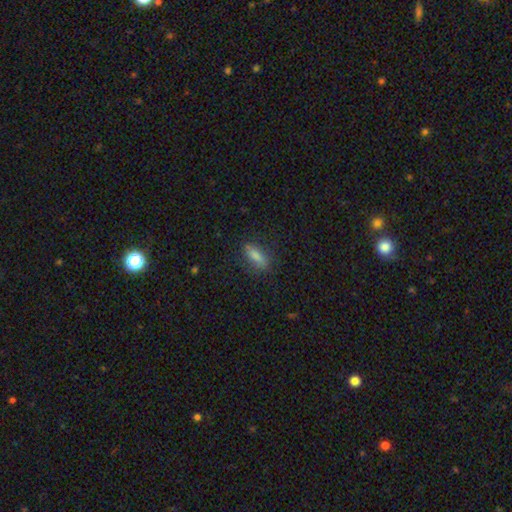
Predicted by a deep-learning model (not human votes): smooth 72%, featured or disk 17%, star or artifact 10%. Down the decision tree: how rounded — in between (59%); merging — none (82%).